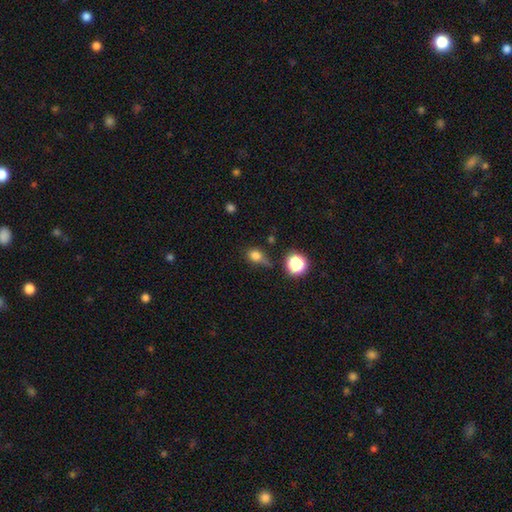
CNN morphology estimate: smooth-or-featured: smooth: 76% | star or artifact: 16% | featured or disk: 8%
  how-rounded: round: 58% | in between: 39% | cigar-shaped: 3%
  merging: none: 47% | minor disturbance: 31% | major disturbance: 14% | merger: 8%